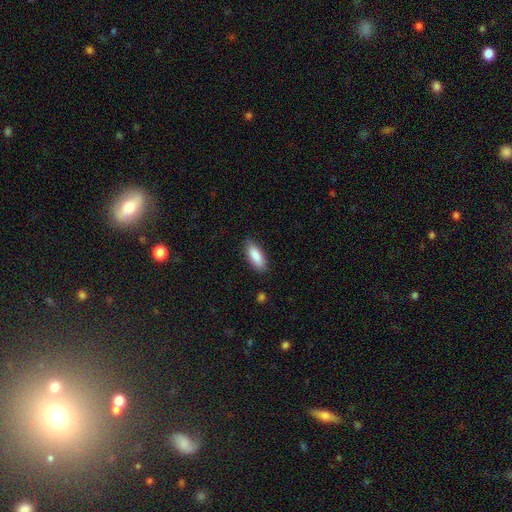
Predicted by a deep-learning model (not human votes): Q: Smooth or featured?
A: smooth (87%); runner-up: featured or disk (7%)
Q: How rounded?
A: in between (75%); runner-up: cigar-shaped (24%)
Q: Merging?
A: none (86%); runner-up: minor disturbance (11%)